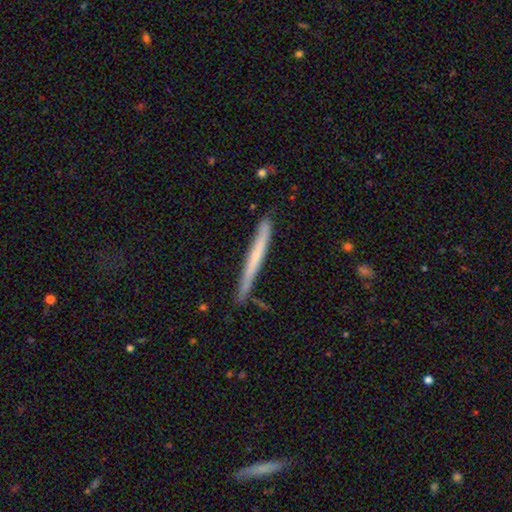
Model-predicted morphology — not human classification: smooth_or_featured: smooth (p=0.48) [alt: featured or disk p=0.46]
merging: none (p=0.80) [alt: minor disturbance p=0.15]